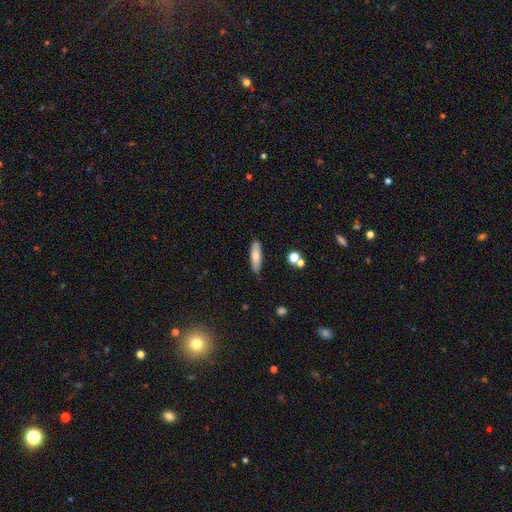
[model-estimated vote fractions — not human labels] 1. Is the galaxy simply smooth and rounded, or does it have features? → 75% smooth, 19% featured or disk, 7% star or artifact.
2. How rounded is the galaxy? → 64% cigar-shaped, 34% in between, 2% round.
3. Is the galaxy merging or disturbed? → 83% none, 12% minor disturbance, 2% major disturbance, 2% merger.